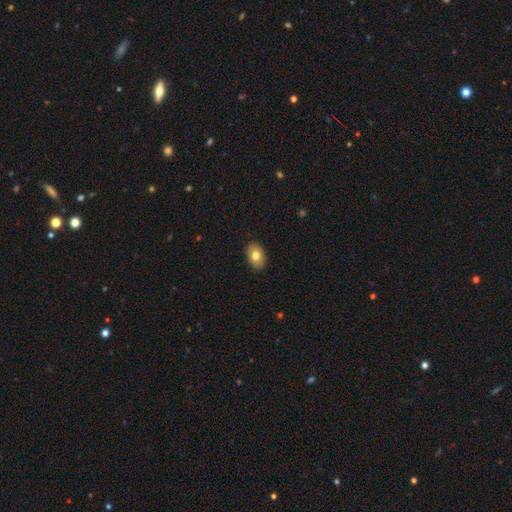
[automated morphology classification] smooth_or_featured: smooth (p=0.76) [alt: featured or disk p=0.16]
how_rounded: in between (p=0.84) [alt: round p=0.14]
merging: none (p=0.89) [alt: minor disturbance p=0.08]